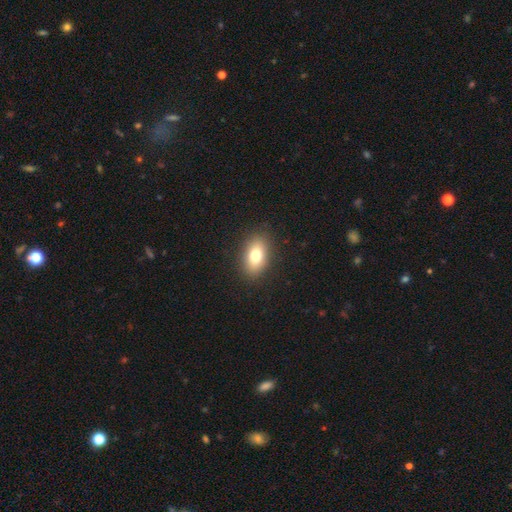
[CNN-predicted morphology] Smooth or featured?
  - smooth: 77% *
  - featured or disk: 14%
  - star or artifact: 9%
How rounded?
  - in between: 86% *
  - round: 11%
  - cigar-shaped: 3%
Merging?
  - none: 88% *
  - minor disturbance: 8%
  - major disturbance: 2%
  - merger: 1%